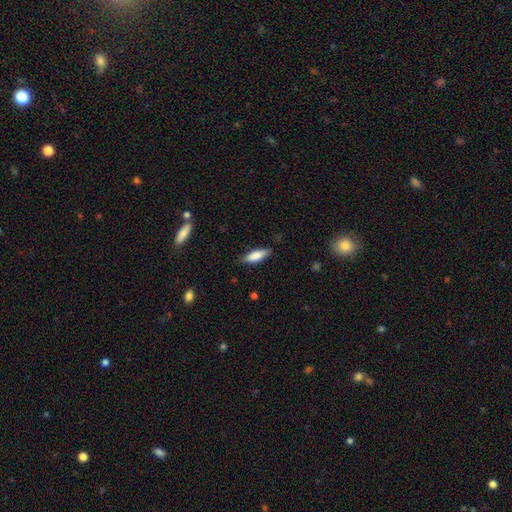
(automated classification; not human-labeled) smooth 79%, featured or disk 15%, star or artifact 6%. Down the decision tree: how rounded — in between (54%); merging — none (81%).